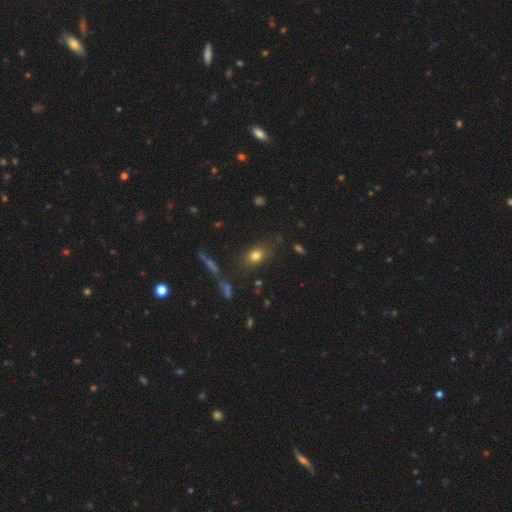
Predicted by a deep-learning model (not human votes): smooth 75%, star or artifact 14%, featured or disk 11%. Down the decision tree: how rounded — in between (61%); merging — none (80%).